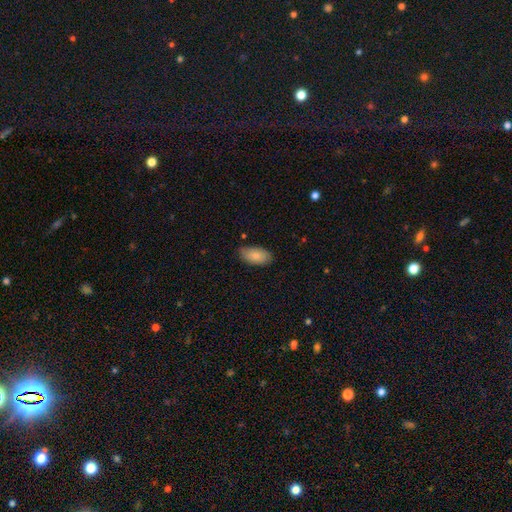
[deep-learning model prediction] A smooth galaxy with no disk features (83%) that is in between round and cigar-shaped (94%).

Vote fractions:
- Smooth or featured? smooth: 83% / featured or disk: 11% / star or artifact: 6%
- How rounded? in between: 94% / cigar-shaped: 3% / round: 3%
- Merging? none: 79% / minor disturbance: 17% / major disturbance: 3% / merger: 1%